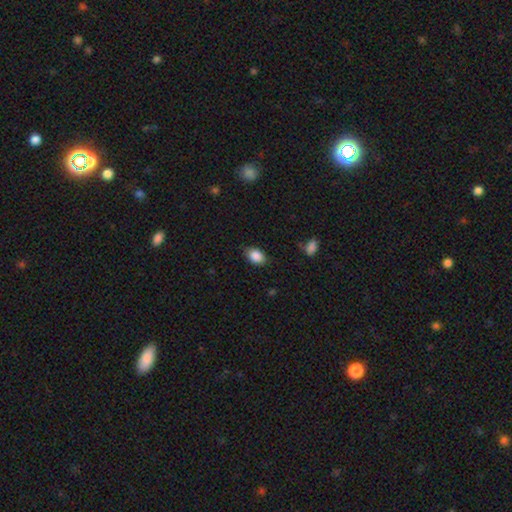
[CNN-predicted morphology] type=smooth (87%); roundness=in between (82%); merging=none (83%).